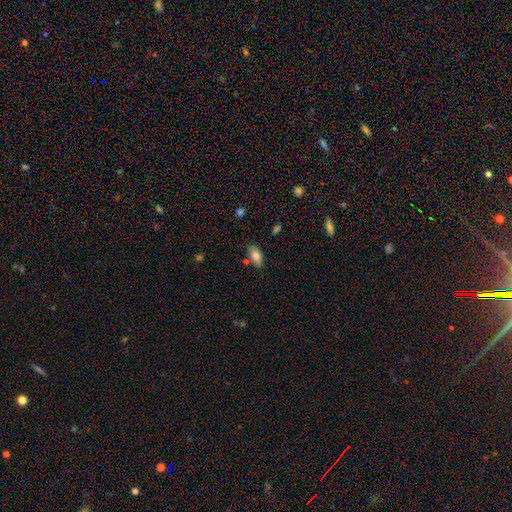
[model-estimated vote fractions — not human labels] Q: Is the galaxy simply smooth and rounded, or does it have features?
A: smooth — 77%.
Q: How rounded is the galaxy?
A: in between — 92%.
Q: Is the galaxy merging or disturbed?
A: none — 75%.